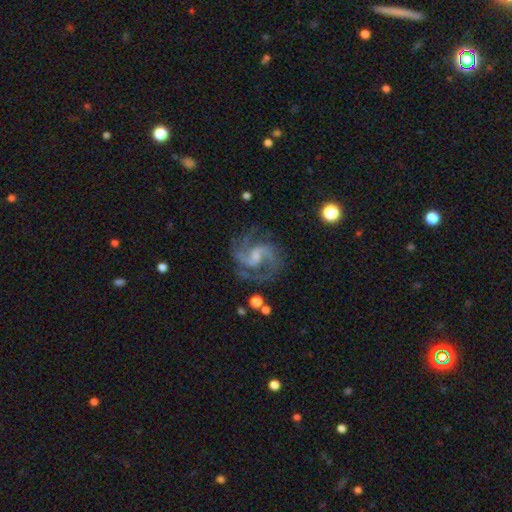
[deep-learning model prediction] A featured or disk galaxy (90%) with a weak bar (55%), 2 (69%) medium (61%) spiral arms (98%) and a small central bulge (43%).

Vote fractions:
- Smooth or featured? featured or disk: 90% / star or artifact: 5% / smooth: 4%
- Edge-on disk? no: 98% / yes: 2%
- Bar? weak: 55% / no: 25% / strong: 20%
- Spiral arms? yes: 98% / no: 2%
- Spiral winding? medium: 61% / loose: 20% / tight: 19%
- Spiral arm count? 2: 69% / 3: 17% / can't tell: 5% / 4: 3% / 1: 3% / more than 4: 3%
- Bulge size? small: 43% / moderate: 27% / none: 26% / large: 3% / dominant: 1%
- Merging? none: 73% / minor disturbance: 15% / major disturbance: 10% / merger: 2%